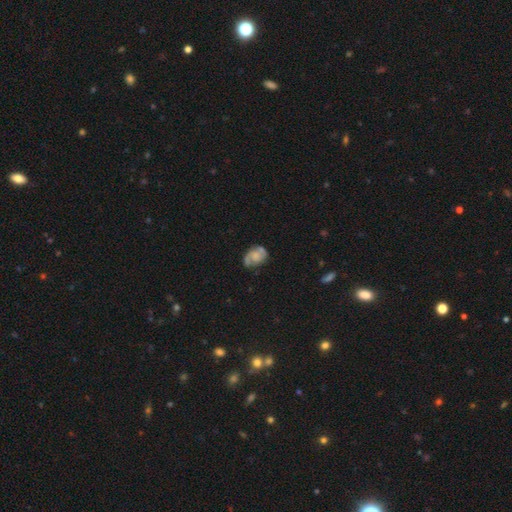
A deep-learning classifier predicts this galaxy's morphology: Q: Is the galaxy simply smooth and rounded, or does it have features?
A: featured or disk — 57%.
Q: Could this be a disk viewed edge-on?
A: no — 97%.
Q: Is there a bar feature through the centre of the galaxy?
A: no — 72%.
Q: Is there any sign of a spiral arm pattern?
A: yes — 80%.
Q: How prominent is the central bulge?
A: none — 42%.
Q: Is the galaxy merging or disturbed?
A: none — 53%.